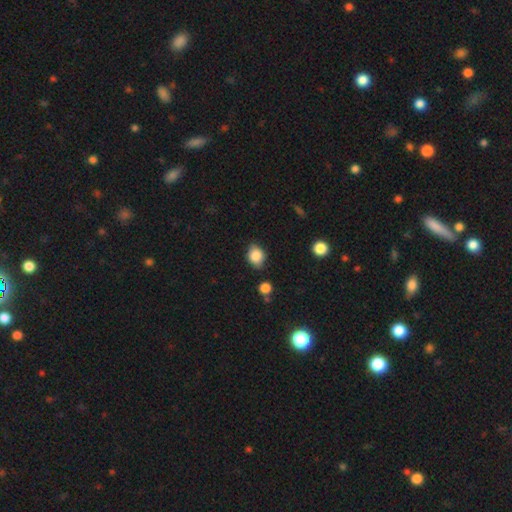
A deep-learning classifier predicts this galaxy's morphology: smooth 84%, star or artifact 9%, featured or disk 7%. Down the decision tree: how rounded — in between (57%); merging — none (75%).